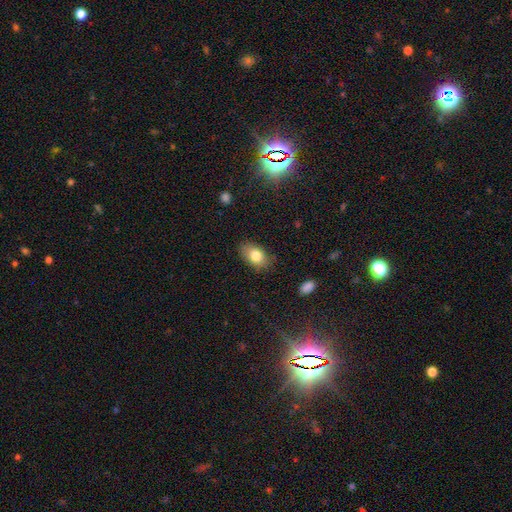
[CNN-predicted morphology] smooth_or_featured: smooth (p=0.80) [alt: featured or disk p=0.12]
how_rounded: in between (p=0.88) [alt: round p=0.11]
merging: none (p=0.81) [alt: minor disturbance p=0.14]